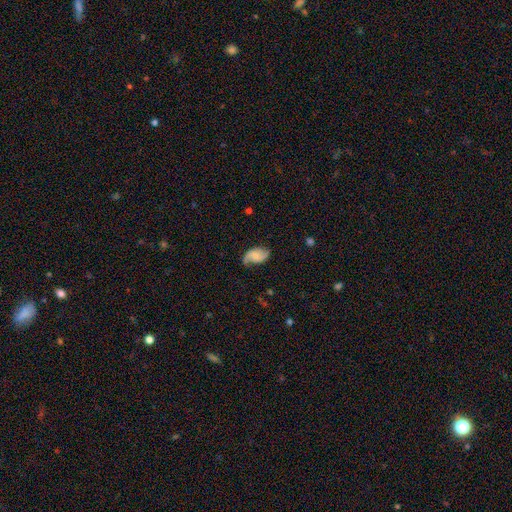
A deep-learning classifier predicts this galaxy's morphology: This is likely a featured or disk galaxy (68%). It is clearly not viewed edge-on (97%). Bar: possibly no (58%). Spiral arm pattern: clearly yes (94%). Spiral arm count: clearly 2 (83%). Spiral winding: possibly loose (53%). Central bulge: possibly small (47%). Merging: likely none (63%).